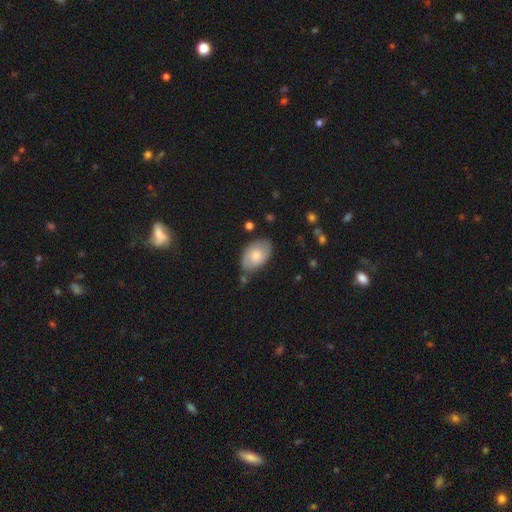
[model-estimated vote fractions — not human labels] A smooth galaxy with no disk features (66%) that is in between round and cigar-shaped (90%).

Vote fractions:
- Smooth or featured? smooth: 66% / featured or disk: 27% / star or artifact: 6%
- How rounded? in between: 90% / round: 8% / cigar-shaped: 1%
- Merging? none: 69% / minor disturbance: 22% / major disturbance: 5% / merger: 4%